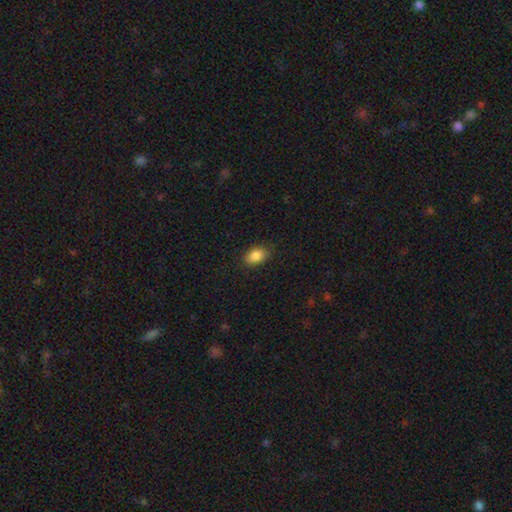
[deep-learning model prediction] This is clearly a smooth galaxy (87%). How rounded: clearly in between (83%). Merging: clearly none (85%).